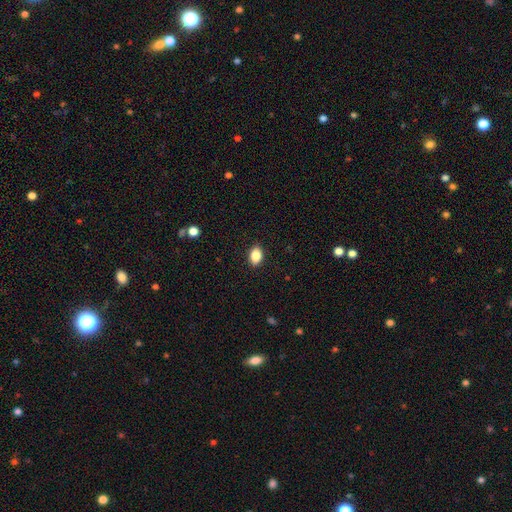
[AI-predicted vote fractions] smooth-or-featured: smooth: 87% | star or artifact: 8% | featured or disk: 5%
  how-rounded: in between: 84% | round: 15% | cigar-shaped: 1%
  merging: none: 89% | minor disturbance: 8% | major disturbance: 2% | merger: 1%